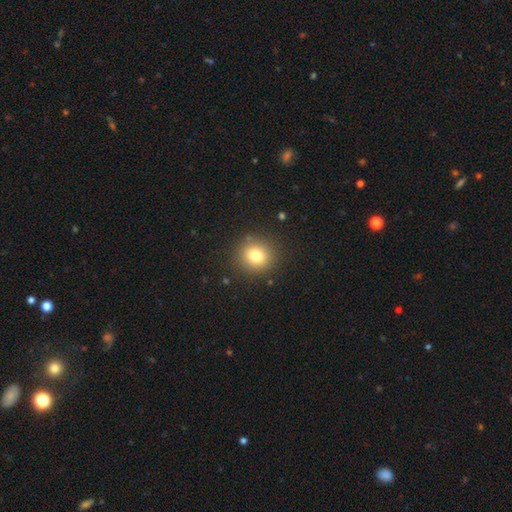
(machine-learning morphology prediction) Smooth or featured?
  - smooth: 78% *
  - star or artifact: 13%
  - featured or disk: 9%
How rounded?
  - round: 89% *
  - in between: 10%
  - cigar-shaped: 1%
Merging?
  - none: 88% *
  - minor disturbance: 7%
  - major disturbance: 3%
  - merger: 1%